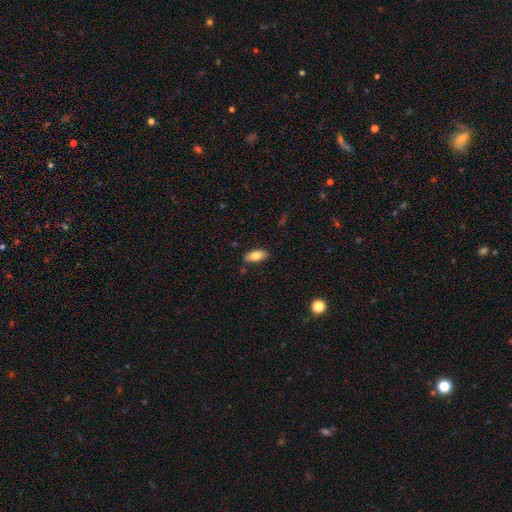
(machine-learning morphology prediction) Q: Smooth or featured?
A: smooth (78%); runner-up: featured or disk (16%)
Q: How rounded?
A: in between (83%); runner-up: cigar-shaped (15%)
Q: Merging?
A: none (86%); runner-up: minor disturbance (10%)